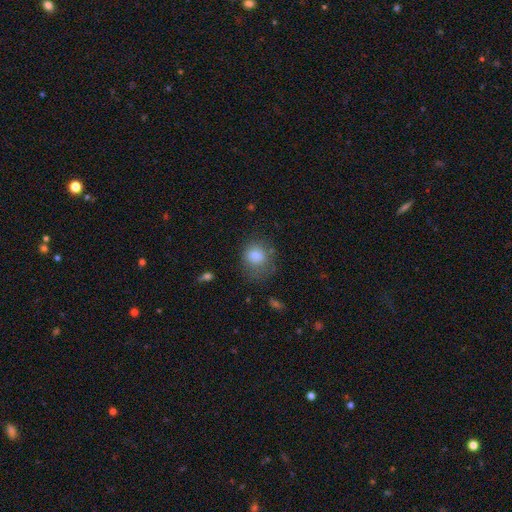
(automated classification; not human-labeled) A smooth galaxy with no disk features (81%) that is round (65%). Merging: none (53%).